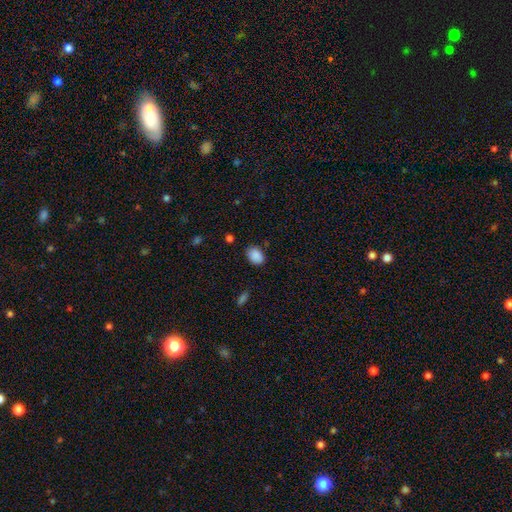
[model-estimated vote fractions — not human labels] Smooth or featured?
  - smooth: 89% *
  - star or artifact: 8%
  - featured or disk: 3%
How rounded?
  - in between: 71% *
  - round: 28%
  - cigar-shaped: 1%
Merging?
  - none: 83% *
  - minor disturbance: 12%
  - major disturbance: 3%
  - merger: 2%